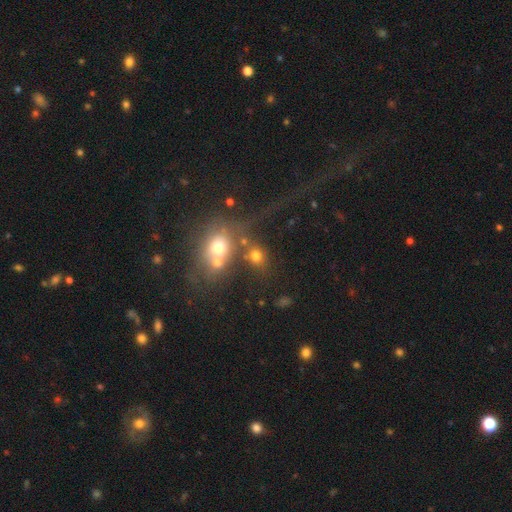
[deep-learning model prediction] A smooth galaxy with no disk features (67%) that is round (67%).

Vote fractions:
- Smooth or featured? smooth: 67% / star or artifact: 19% / featured or disk: 14%
- How rounded? round: 67% / in between: 32% / cigar-shaped: 2%
- Merging? none: 42% / merger: 37% / major disturbance: 11% / minor disturbance: 10%